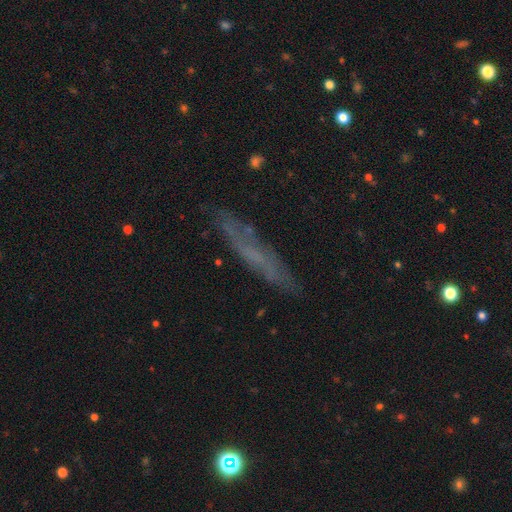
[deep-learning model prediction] A featured or disk galaxy (48%).

Vote fractions:
- Smooth or featured? featured or disk: 48% / smooth: 38% / star or artifact: 14%
- Merging? none: 77% / minor disturbance: 16% / major disturbance: 5% / merger: 2%